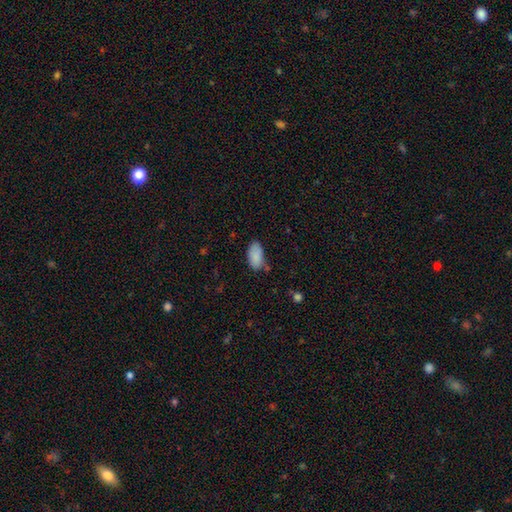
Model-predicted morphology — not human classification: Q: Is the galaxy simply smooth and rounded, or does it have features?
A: smooth — 88%.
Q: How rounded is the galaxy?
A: in between — 94%.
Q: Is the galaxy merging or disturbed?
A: none — 69%.